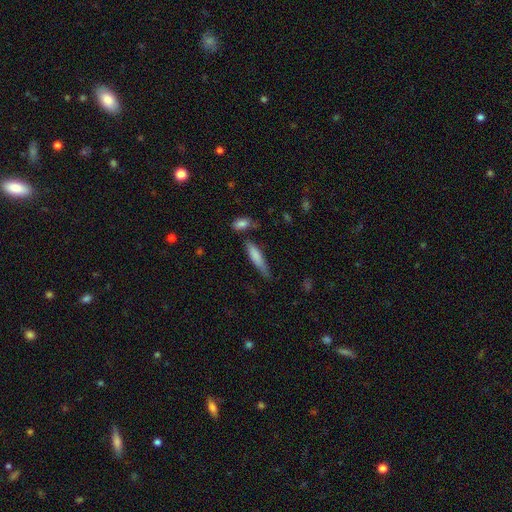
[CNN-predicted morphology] A smooth galaxy with no disk features (77%) that is cigar-shaped (75%). Merging: none (54%).